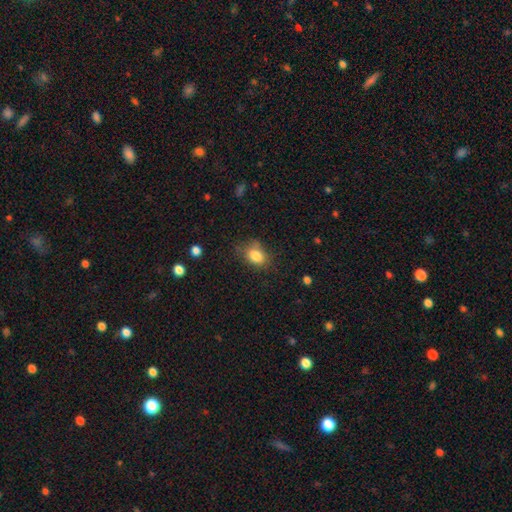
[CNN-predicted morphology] smooth_or_featured: smooth (p=0.83) [alt: star or artifact p=0.10]
how_rounded: in between (p=0.66) [alt: round p=0.33]
merging: none (p=0.67) [alt: minor disturbance p=0.23]